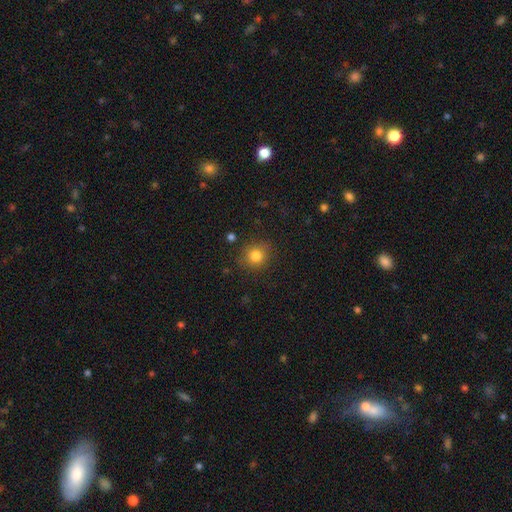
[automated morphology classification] This appears to be a smooth galaxy with no disk features (82%) that is round (83%). Merging: none (84%).